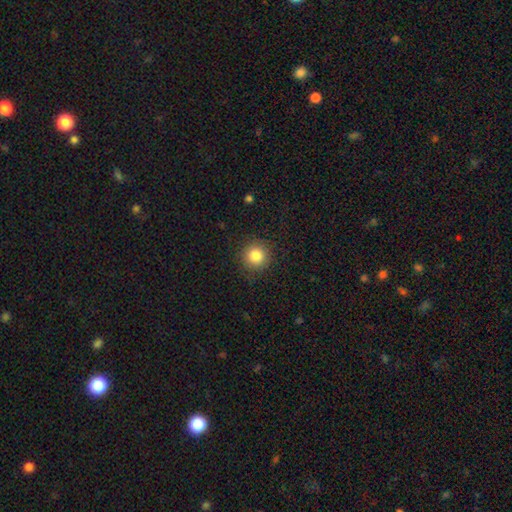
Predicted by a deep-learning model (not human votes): Smooth or featured? smooth (84%)
How rounded? round (94%)
Merging? none (88%)